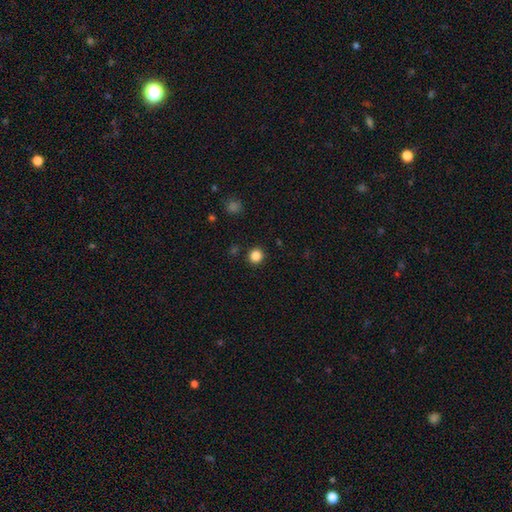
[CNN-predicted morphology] This is clearly a smooth galaxy (85%). How rounded: clearly round (93%). Merging: clearly none (91%).